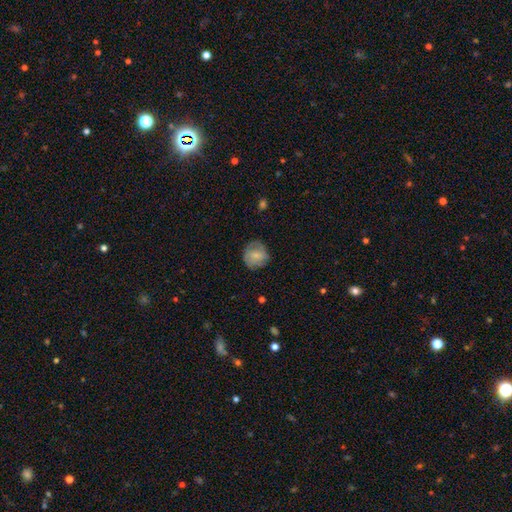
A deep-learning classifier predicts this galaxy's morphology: The model was most divided on "merging": none: 71%, minor disturbance: 22%, major disturbance: 7%, merger: 1%. More confident: how rounded — round (83%); smooth or featured — smooth (72%).